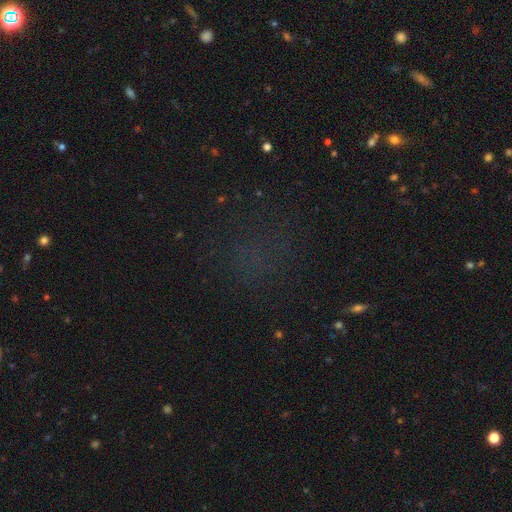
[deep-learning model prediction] Smooth or featured? Predicted: star or artifact (p=0.56).